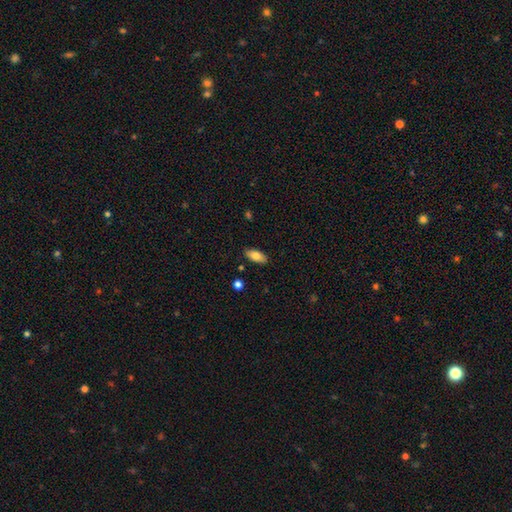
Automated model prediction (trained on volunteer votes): Smooth or featured? Predicted: smooth (p=0.80). How rounded? Predicted: in between (p=0.89). Merging? Predicted: none (p=0.87).